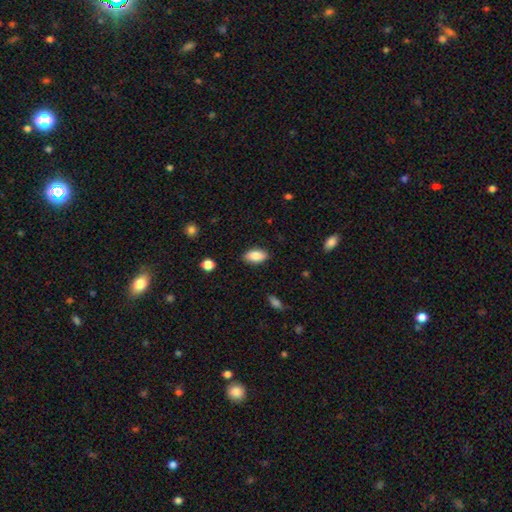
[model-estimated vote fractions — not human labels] This appears to be a smooth galaxy with no disk features (87%) that is in between round and cigar-shaped (92%). Merging: none (86%).